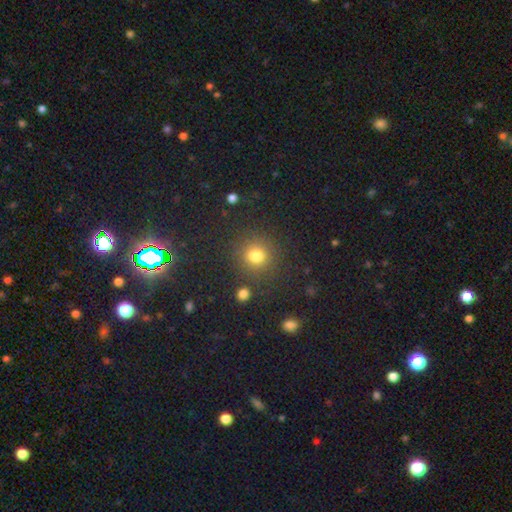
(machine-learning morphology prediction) This is likely a smooth galaxy (77%). How rounded: clearly round (89%). Merging: clearly none (84%).